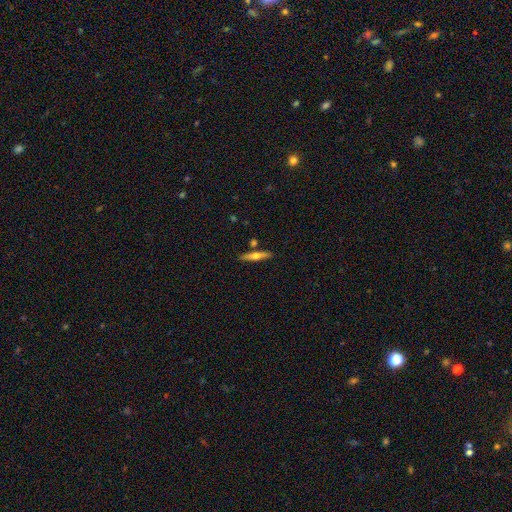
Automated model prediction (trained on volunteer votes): This is possibly a featured or disk galaxy (53%). It is clearly viewed edge-on (95%). Edge-on bulge: clearly rounded (89%). Merging: clearly none (83%).